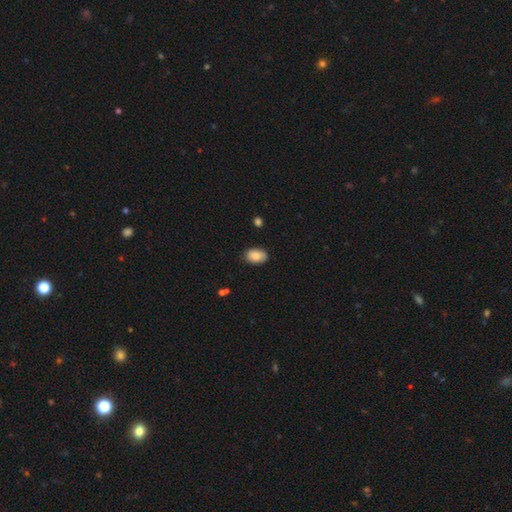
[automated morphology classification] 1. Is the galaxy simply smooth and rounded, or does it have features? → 82% smooth, 11% featured or disk, 7% star or artifact.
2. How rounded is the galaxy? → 87% in between, 12% round, 1% cigar-shaped.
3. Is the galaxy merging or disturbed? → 80% none, 16% minor disturbance, 3% major disturbance, 1% merger.